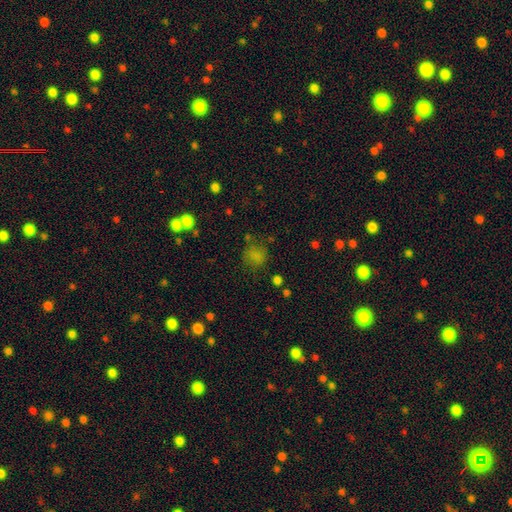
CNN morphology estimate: smooth 74%, star or artifact 18%, featured or disk 8%. Down the decision tree: how rounded — round (71%); merging — none (68%).